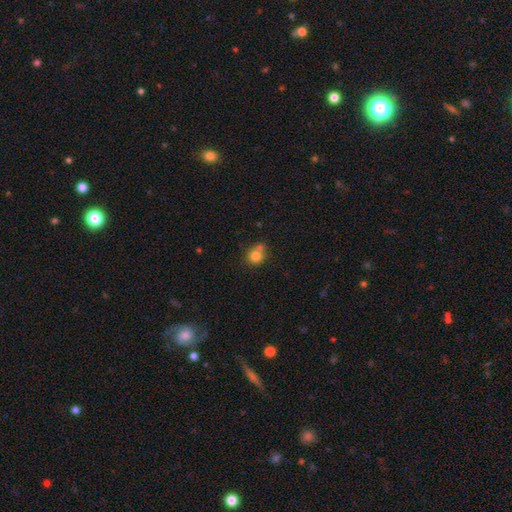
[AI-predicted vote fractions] Smooth or featured? Predicted: smooth (p=0.80). How rounded? Predicted: round (p=0.80). Merging? Predicted: none (p=0.54).